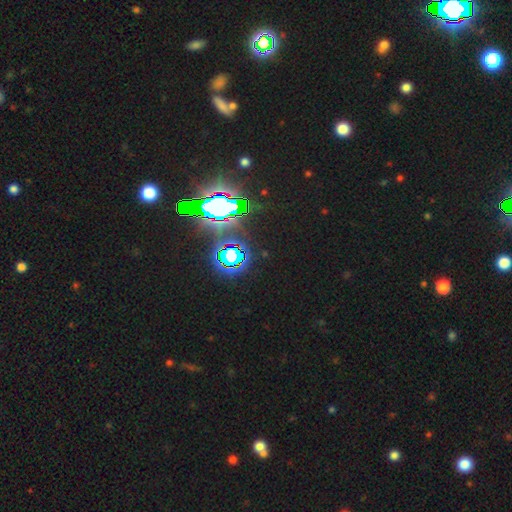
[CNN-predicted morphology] A star or artifact, not a galaxy (83%).

Vote fractions:
- Smooth or featured? star or artifact: 83% / smooth: 10% / featured or disk: 7%